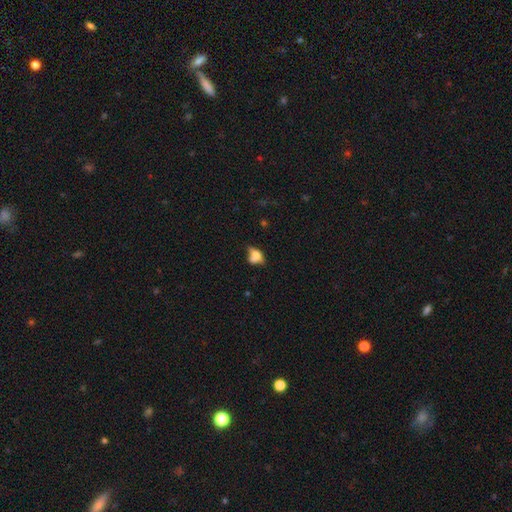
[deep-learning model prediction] Smooth or featured? smooth (58%)
How rounded? in between (71%)
Merging? merger (37%)